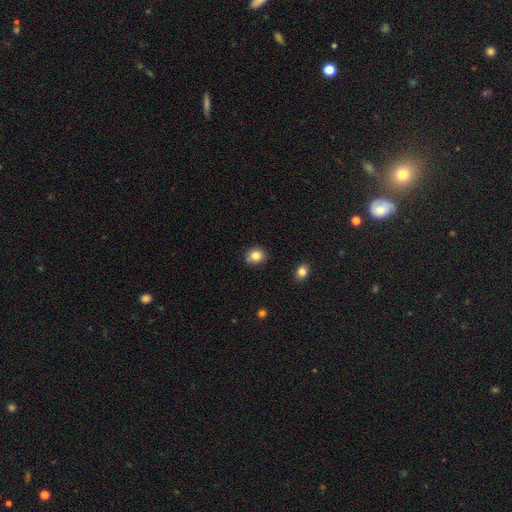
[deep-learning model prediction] smooth 83%, star or artifact 11%, featured or disk 7%. Down the decision tree: how rounded — round (80%); merging — none (84%).